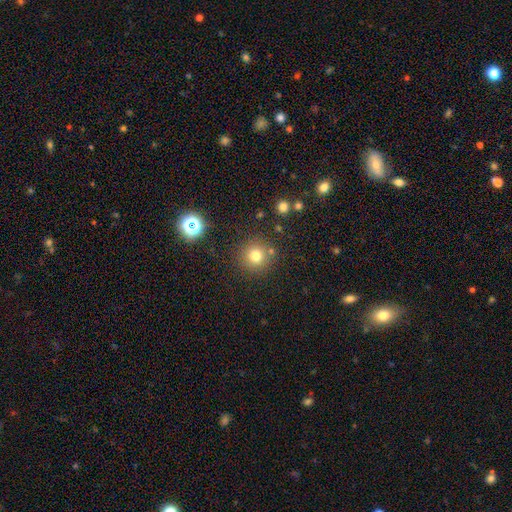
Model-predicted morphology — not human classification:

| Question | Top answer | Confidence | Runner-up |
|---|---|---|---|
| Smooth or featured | smooth | 75% | star or artifact (16%) |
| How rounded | round | 94% | in between (5%) |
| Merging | none | 84% | minor disturbance (8%) |